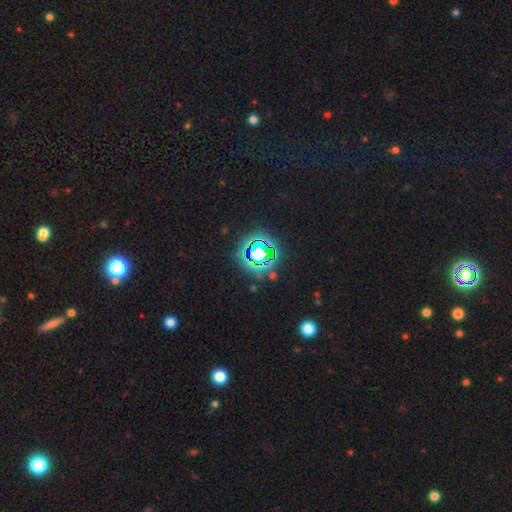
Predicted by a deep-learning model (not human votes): A star or artifact, not a galaxy (74%).